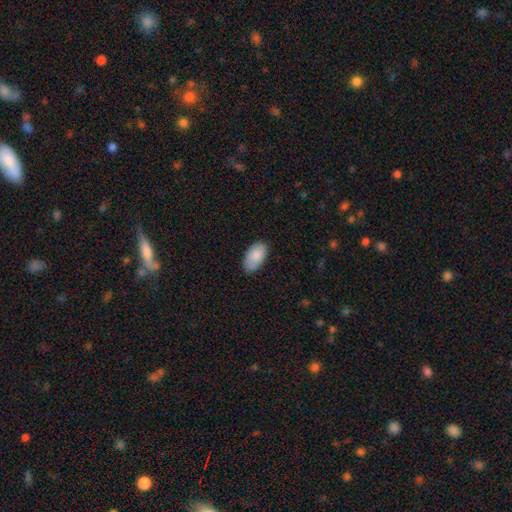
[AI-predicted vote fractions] Q: Smooth or featured?
A: smooth (87%); runner-up: featured or disk (7%)
Q: How rounded?
A: in between (95%); runner-up: round (3%)
Q: Merging?
A: none (78%); runner-up: minor disturbance (18%)